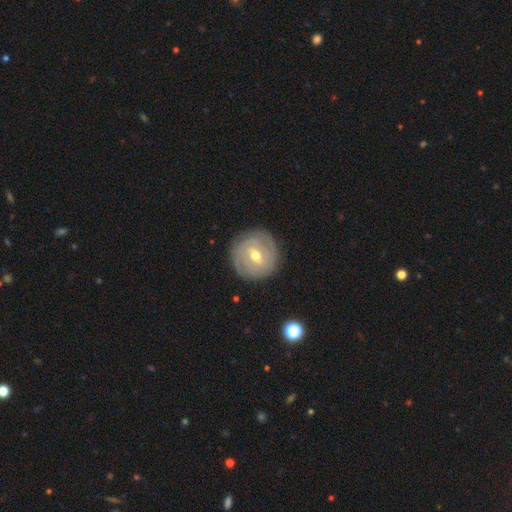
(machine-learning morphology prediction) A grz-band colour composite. It shows a featured or disk galaxy (72%) with a weak bar (55%), tight (76%) spiral arms (80%) and a moderate central bulge (72%). Merging: none (86%).